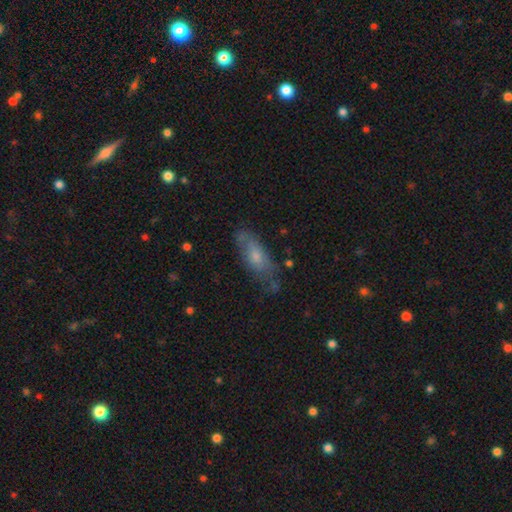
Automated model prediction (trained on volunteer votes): A smooth galaxy with no disk features (58%) that is in between round and cigar-shaped (66%). Merging: none (61%).